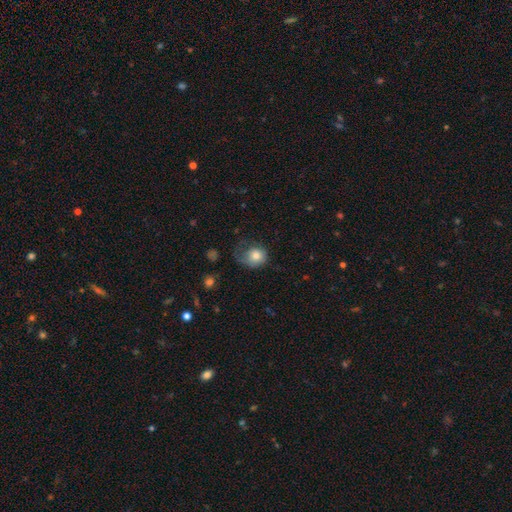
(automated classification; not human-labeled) smooth_or_featured: smooth (p=0.77) [alt: featured or disk p=0.15]
how_rounded: round (p=0.71) [alt: in between p=0.29]
merging: major disturbance (p=0.35) [alt: none p=0.34]